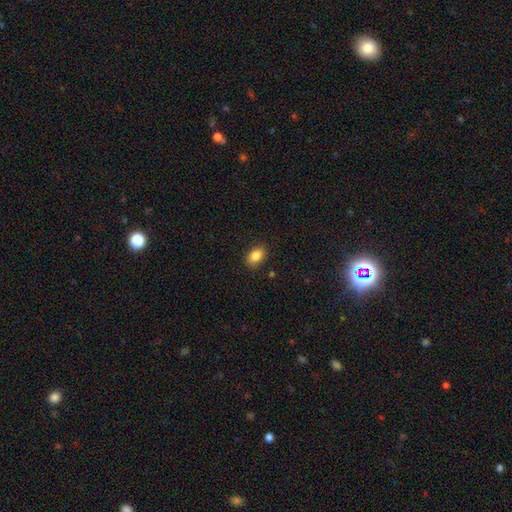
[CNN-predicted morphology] smooth-or-featured: smooth: 86% | star or artifact: 8% | featured or disk: 6%
  how-rounded: in between: 85% | round: 13% | cigar-shaped: 1%
  merging: none: 86% | minor disturbance: 10% | major disturbance: 2% | merger: 1%